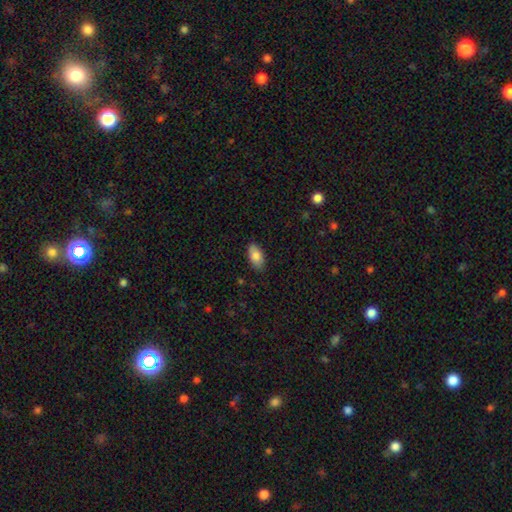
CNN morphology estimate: smooth_or_featured: smooth (p=0.82) [alt: featured or disk p=0.12]
how_rounded: in between (p=0.93) [alt: cigar-shaped p=0.04]
merging: none (p=0.86) [alt: minor disturbance p=0.11]